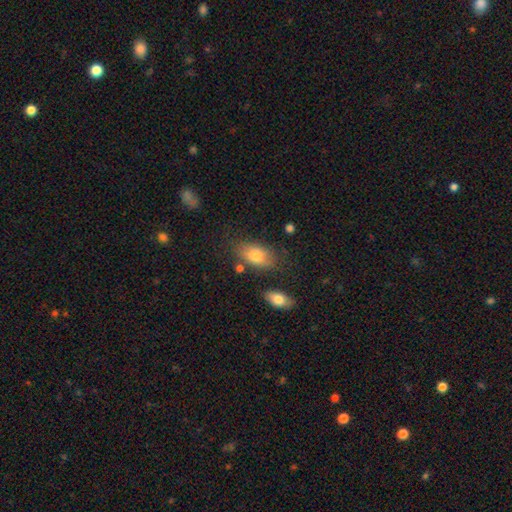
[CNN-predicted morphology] smooth_or_featured: smooth (p=0.76) [alt: featured or disk p=0.16]
how_rounded: in between (p=0.90) [alt: round p=0.07]
merging: none (p=0.71) [alt: minor disturbance p=0.18]